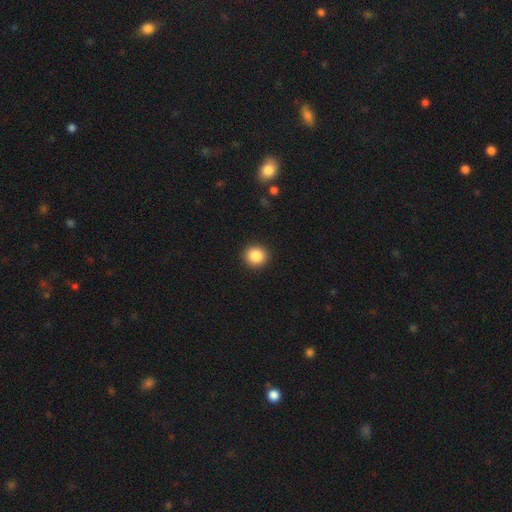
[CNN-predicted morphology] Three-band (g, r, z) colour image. It shows a smooth galaxy with no disk features (87%) that is round (92%). Merging: none (92%).